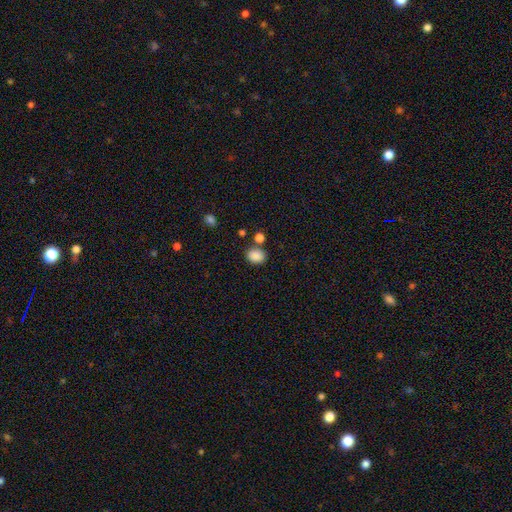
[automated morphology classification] A smooth galaxy with no disk features (87%) that is in between round and cigar-shaped (53%). Merging: none (75%).